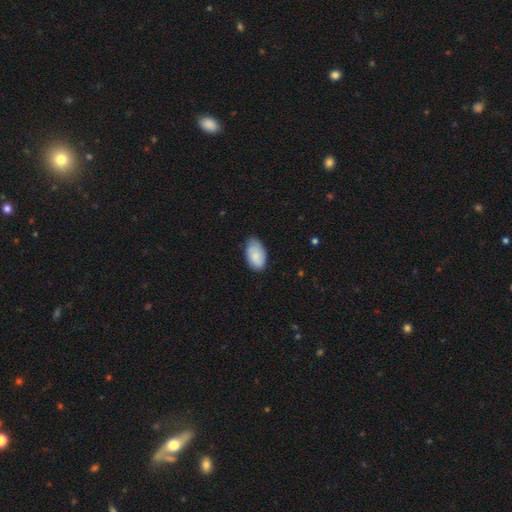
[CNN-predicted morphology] smooth 77%, featured or disk 16%, star or artifact 6%. Down the decision tree: how rounded — in between (94%); merging — none (72%).